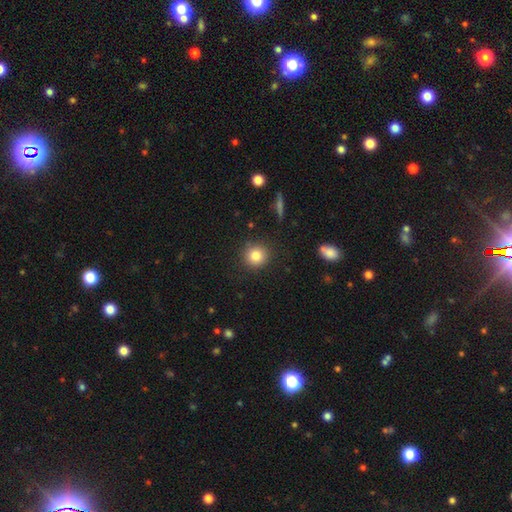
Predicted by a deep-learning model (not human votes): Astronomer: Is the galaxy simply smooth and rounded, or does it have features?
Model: smooth — 82%.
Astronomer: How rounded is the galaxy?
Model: round — 92%.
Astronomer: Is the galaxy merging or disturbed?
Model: none — 89%.